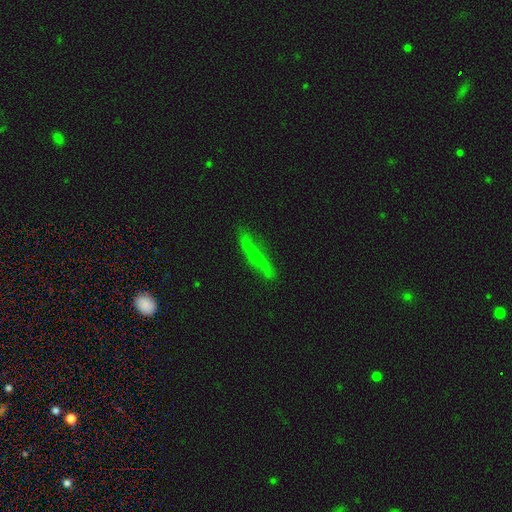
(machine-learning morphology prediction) smooth 48%, featured or disk 43%, star or artifact 9%. Down the decision tree: merging — none (70%).